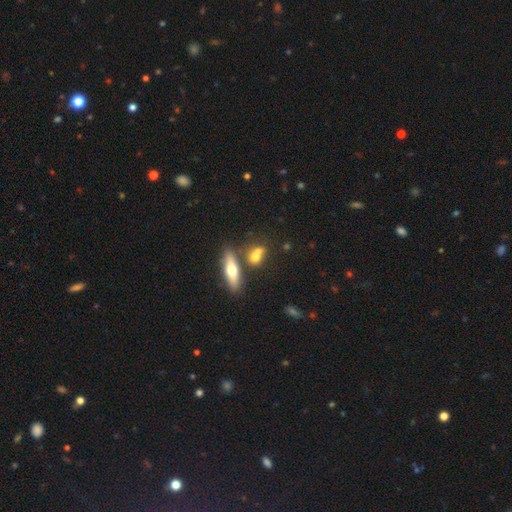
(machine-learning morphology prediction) type=smooth (65%); roundness=in between (45%); merging=none (50%).